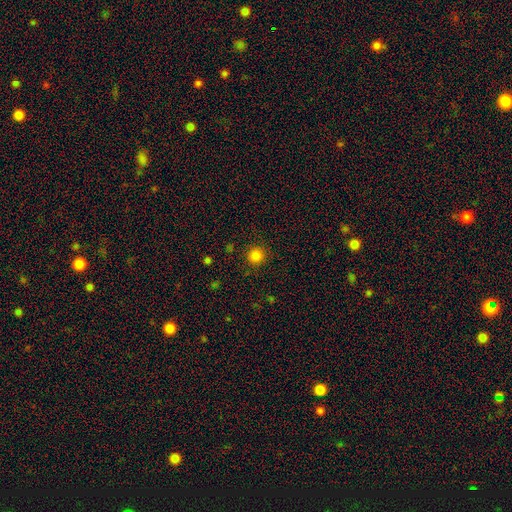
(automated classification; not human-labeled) This appears to be a smooth galaxy with no disk features (84%) that is round (95%). Merging: none (91%).